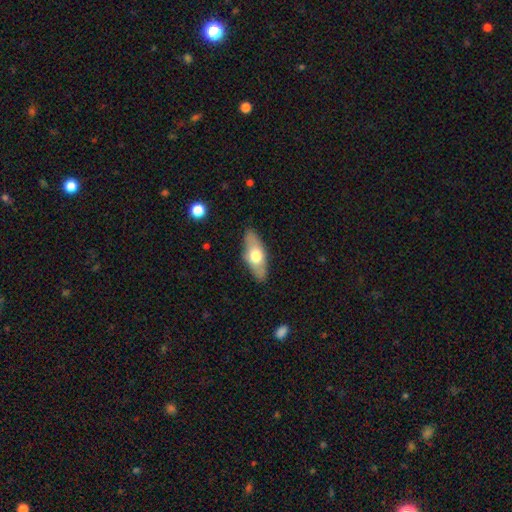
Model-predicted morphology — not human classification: A smooth galaxy with no disk features (57%) that is in between round and cigar-shaped (72%).

Vote fractions:
- Smooth or featured? smooth: 57% / featured or disk: 37% / star or artifact: 6%
- How rounded? in between: 72% / cigar-shaped: 25% / round: 3%
- Merging? none: 85% / minor disturbance: 11% / major disturbance: 3% / merger: 1%